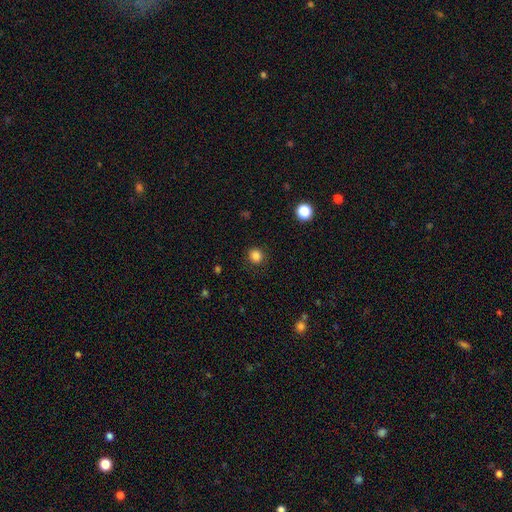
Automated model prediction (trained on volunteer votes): Smooth or featured?
  - smooth: 85% *
  - star or artifact: 12%
  - featured or disk: 3%
How rounded?
  - round: 91% *
  - in between: 8%
  - cigar-shaped: 1%
Merging?
  - none: 90% *
  - minor disturbance: 7%
  - major disturbance: 3%
  - merger: 1%